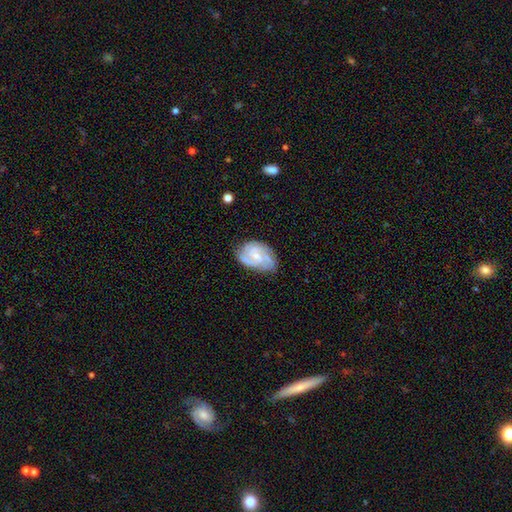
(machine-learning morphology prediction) A featured or disk galaxy (79%) with no bar (50%), 3 (39%) medium (45%) spiral arms (95%) and a small central bulge (58%). Merging: none (67%).